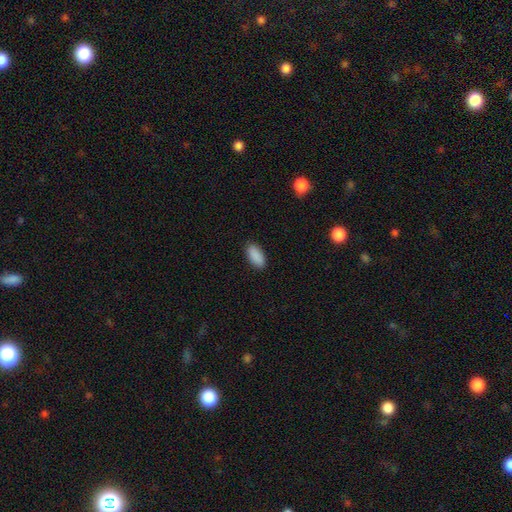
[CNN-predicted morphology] Smooth or featured? Predicted: smooth (p=0.90). How rounded? Predicted: in between (p=0.91). Merging? Predicted: none (p=0.88).